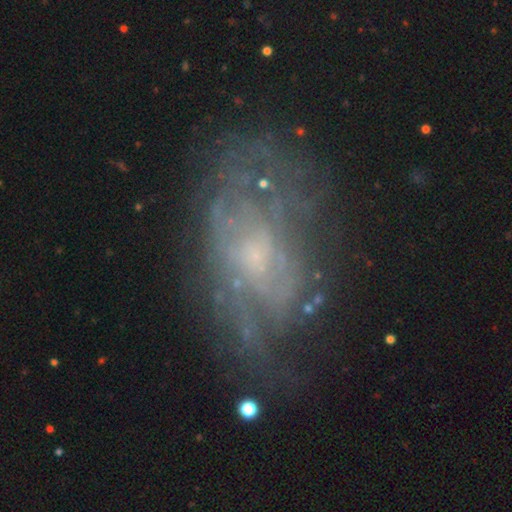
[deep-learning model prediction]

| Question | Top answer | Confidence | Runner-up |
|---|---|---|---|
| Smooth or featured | featured or disk | 69% | smooth (19%) |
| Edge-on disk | no | 94% | yes (6%) |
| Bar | no | 74% | weak (22%) |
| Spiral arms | yes | 59% | no (41%) |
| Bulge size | small | 58% | moderate (26%) |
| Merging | none | 55% | minor disturbance (22%) |